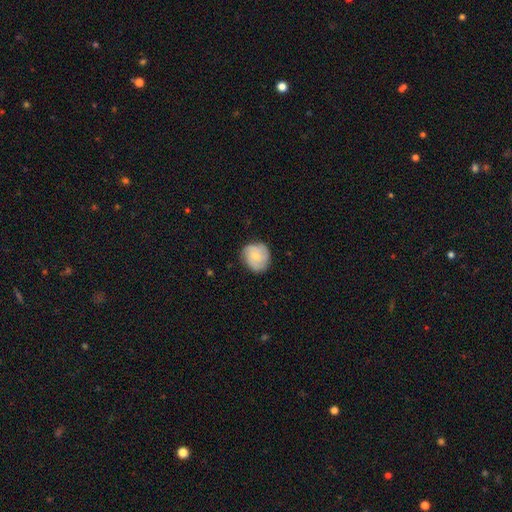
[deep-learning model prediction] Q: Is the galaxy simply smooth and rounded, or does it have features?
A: smooth — 55%.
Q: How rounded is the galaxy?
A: round — 83%.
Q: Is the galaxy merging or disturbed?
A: none — 77%.